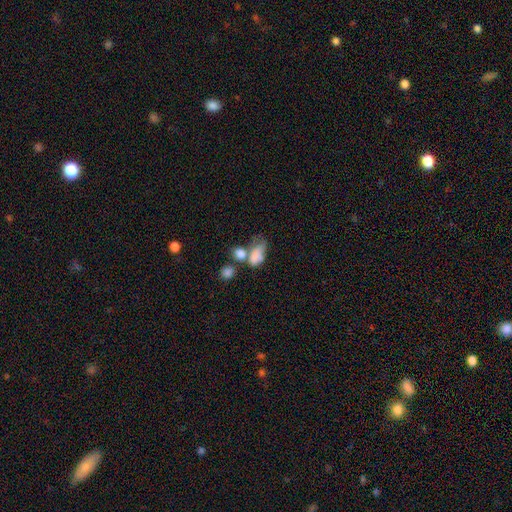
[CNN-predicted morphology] This appears to be a smooth galaxy with no disk features (71%) that is in between round and cigar-shaped (84%). Merging: merger (44%).